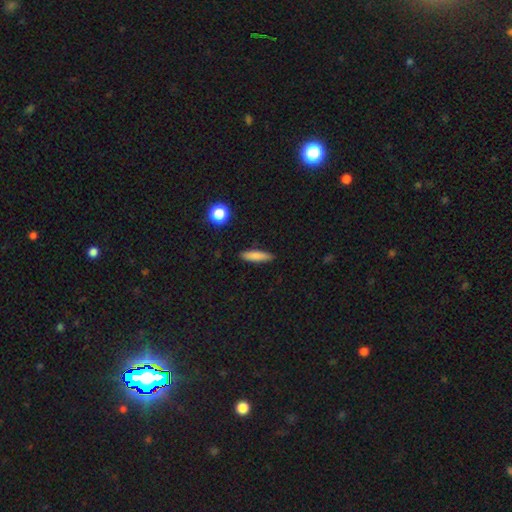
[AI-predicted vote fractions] A smooth galaxy with no disk features (82%) that is cigar-shaped (77%).

Vote fractions:
- Smooth or featured? smooth: 82% / featured or disk: 10% / star or artifact: 8%
- How rounded? cigar-shaped: 77% / in between: 21% / round: 2%
- Merging? none: 88% / minor disturbance: 8% / major disturbance: 2% / merger: 1%